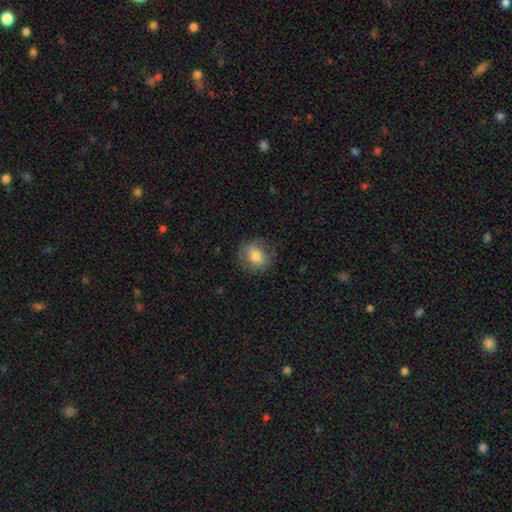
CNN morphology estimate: smooth-or-featured: smooth: 74% | featured or disk: 17% | star or artifact: 9%
  how-rounded: round: 65% | in between: 34% | cigar-shaped: 1%
  merging: none: 76% | minor disturbance: 16% | major disturbance: 6% | merger: 1%